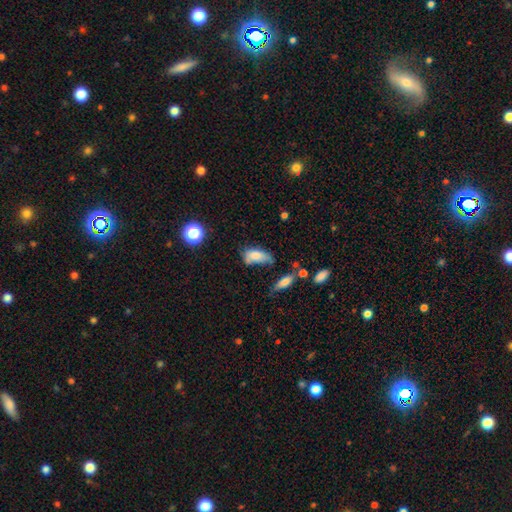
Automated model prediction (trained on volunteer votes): This appears to be a smooth galaxy with no disk features (75%) that is in between round and cigar-shaped (87%). Merging: none (36%).